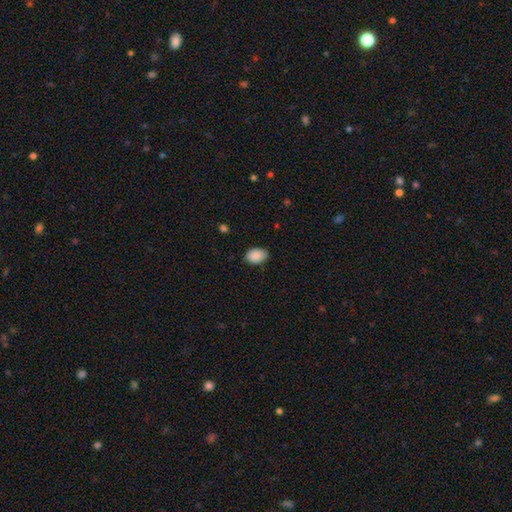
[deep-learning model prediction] Morphology: type=smooth (90%); roundness=in between (84%); merging=none (82%).